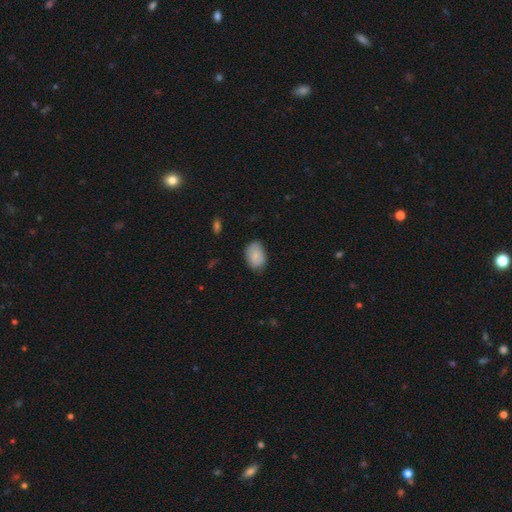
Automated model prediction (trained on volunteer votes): Q: Smooth or featured?
A: smooth (84%); runner-up: featured or disk (9%)
Q: How rounded?
A: in between (84%); runner-up: round (15%)
Q: Merging?
A: none (75%); runner-up: minor disturbance (21%)